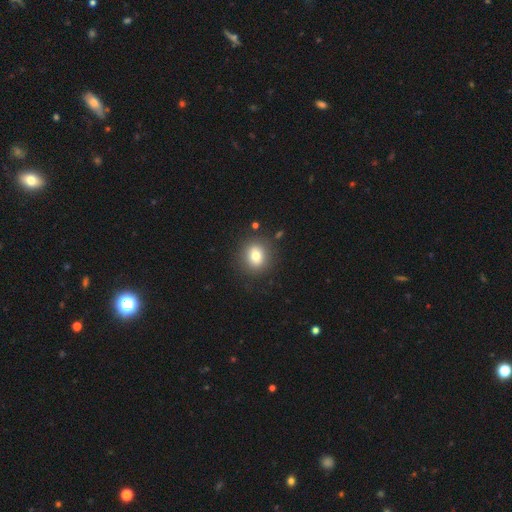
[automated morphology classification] Smooth or featured: smooth — 78% (featured or disk — 11%)
How rounded: round — 74% (in between — 25%)
Merging: none — 87% (minor disturbance — 8%)